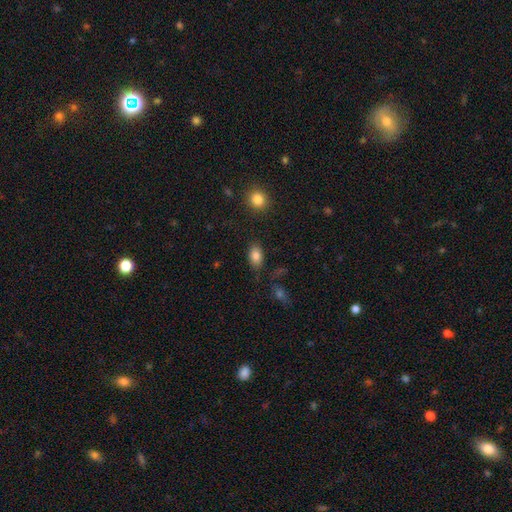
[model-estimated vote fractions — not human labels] Smooth or featured? Predicted: smooth (p=0.84). How rounded? Predicted: in between (p=0.89). Merging? Predicted: none (p=0.82).